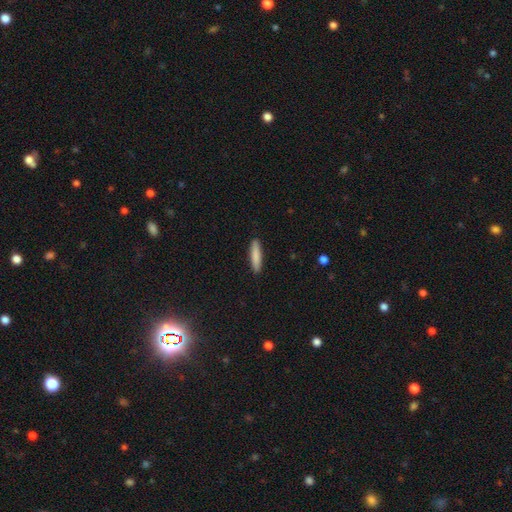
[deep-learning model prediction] This is clearly a smooth galaxy (85%). How rounded: clearly cigar-shaped (85%). Merging: clearly none (90%).